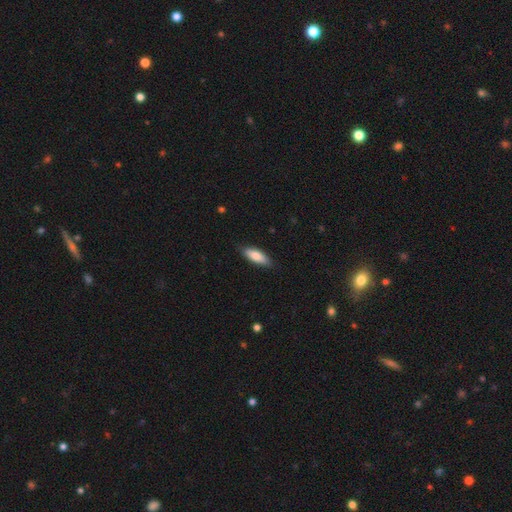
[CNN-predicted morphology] smooth 80%, featured or disk 15%, star or artifact 6%. Down the decision tree: how rounded — in between (66%); merging — none (84%).